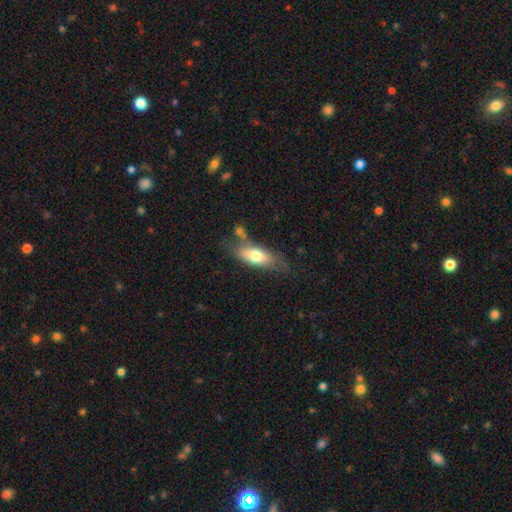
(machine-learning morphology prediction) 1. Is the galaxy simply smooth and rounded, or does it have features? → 67% smooth, 26% featured or disk, 6% star or artifact.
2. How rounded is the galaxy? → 74% in between, 23% cigar-shaped, 3% round.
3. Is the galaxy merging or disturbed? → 60% none, 23% minor disturbance, 10% merger, 8% major disturbance.